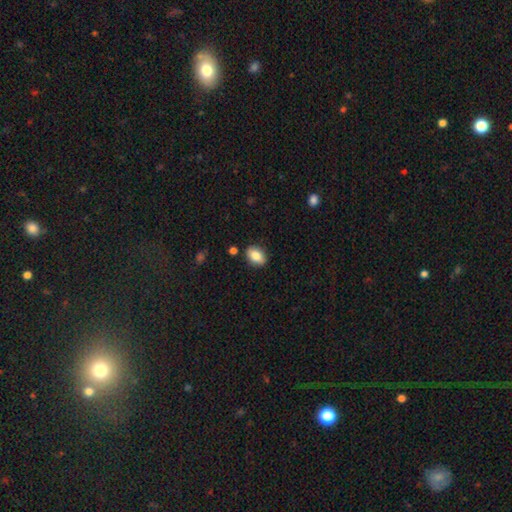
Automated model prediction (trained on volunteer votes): smooth_or_featured: smooth (p=0.82) [alt: featured or disk p=0.10]
how_rounded: in between (p=0.84) [alt: round p=0.14]
merging: none (p=0.86) [alt: minor disturbance p=0.10]